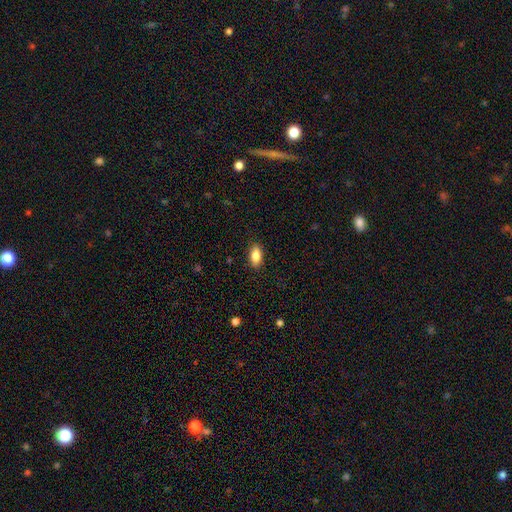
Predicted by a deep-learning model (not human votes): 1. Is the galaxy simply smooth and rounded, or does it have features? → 83% smooth, 9% featured or disk, 7% star or artifact.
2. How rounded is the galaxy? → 89% in between, 7% cigar-shaped, 4% round.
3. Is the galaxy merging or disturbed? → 88% none, 9% minor disturbance, 2% major disturbance, 1% merger.